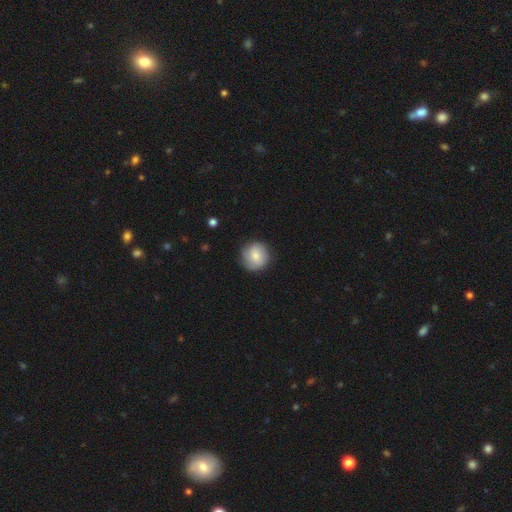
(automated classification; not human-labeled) smooth_or_featured: smooth (p=0.75) [alt: featured or disk p=0.18]
how_rounded: round (p=0.93) [alt: in between p=0.06]
merging: none (p=0.83) [alt: minor disturbance p=0.13]